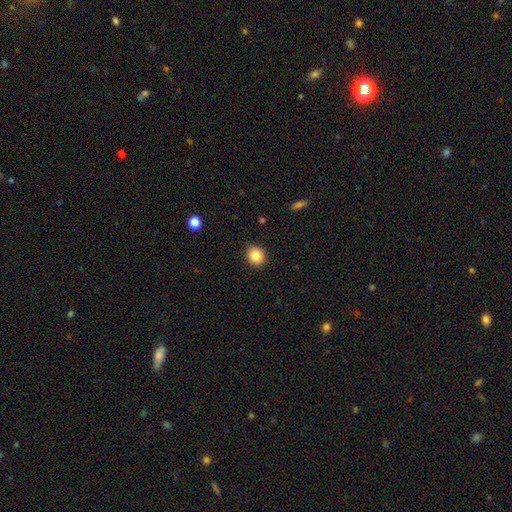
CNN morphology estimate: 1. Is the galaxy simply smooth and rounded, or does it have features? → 85% smooth, 10% star or artifact, 6% featured or disk.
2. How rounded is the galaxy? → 76% round, 23% in between, 1% cigar-shaped.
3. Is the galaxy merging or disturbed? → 90% none, 7% minor disturbance, 2% major disturbance, 1% merger.